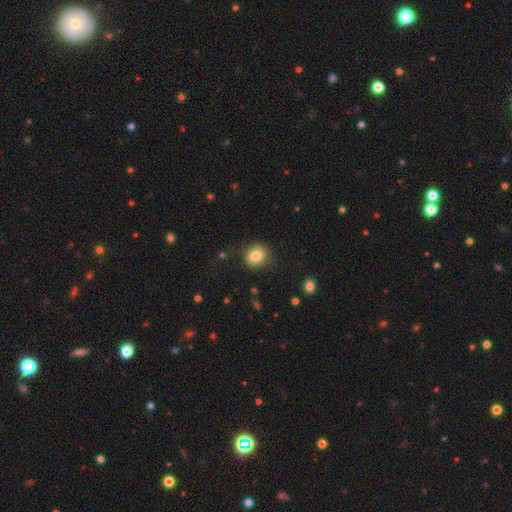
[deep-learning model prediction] smooth_or_featured: smooth (p=0.83) [alt: star or artifact p=0.10]
how_rounded: round (p=0.75) [alt: in between p=0.24]
merging: none (p=0.79) [alt: minor disturbance p=0.15]